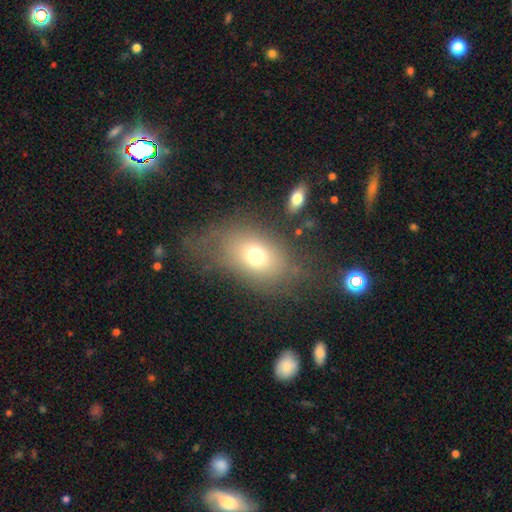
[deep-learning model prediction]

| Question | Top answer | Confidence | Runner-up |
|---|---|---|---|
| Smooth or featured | smooth | 68% | featured or disk (19%) |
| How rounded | in between | 75% | round (23%) |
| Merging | none | 58% | minor disturbance (19%) |